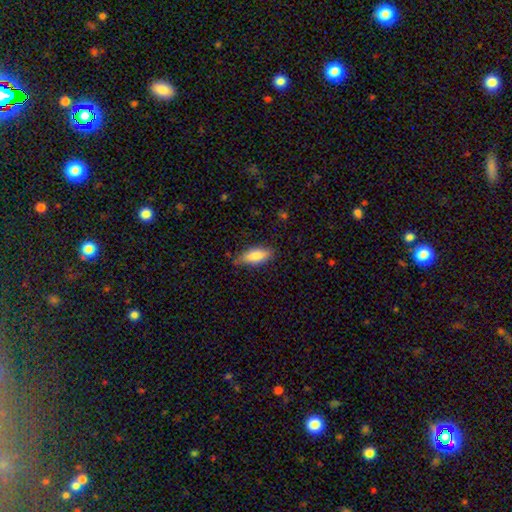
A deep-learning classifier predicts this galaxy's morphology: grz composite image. It shows a smooth galaxy with no disk features (81%) that is in between round and cigar-shaped (80%). Merging: none (73%).